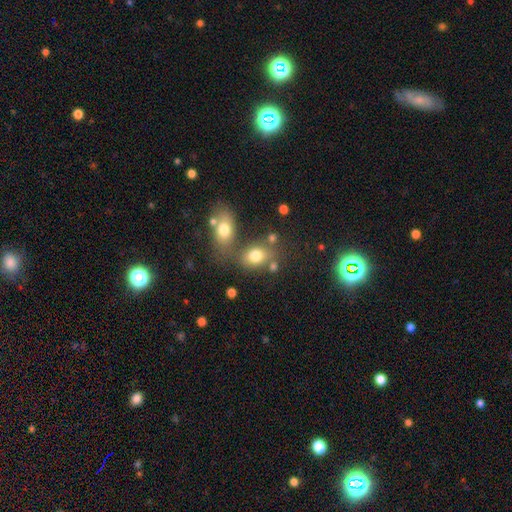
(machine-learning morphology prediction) Smooth or featured? Predicted: smooth (p=0.75). How rounded? Predicted: in between (p=0.72). Merging? Predicted: none (p=0.53).